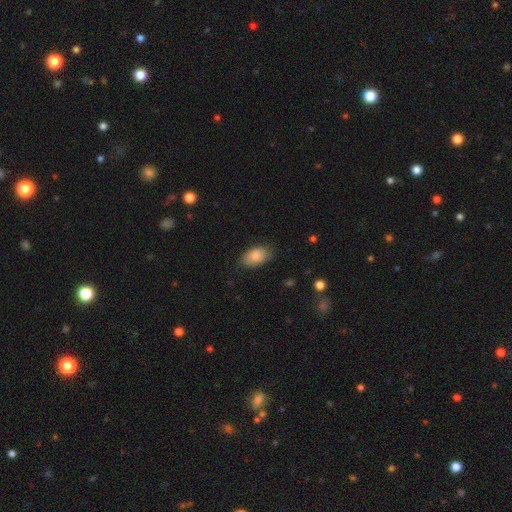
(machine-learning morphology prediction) The model was most divided on "merging": none: 75%, minor disturbance: 19%, major disturbance: 5%, merger: 1%. More confident: how rounded — in between (92%); smooth or featured — smooth (84%).